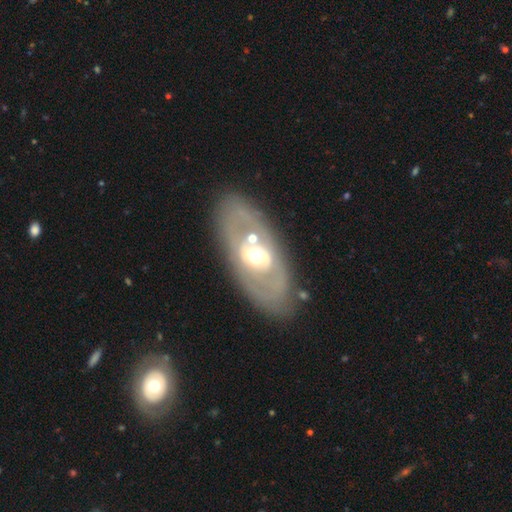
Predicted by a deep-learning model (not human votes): A featured or disk galaxy (69%) with no bar (61%), no spiral arms (73%) and a moderate central bulge (69%).

Vote fractions:
- Smooth or featured? featured or disk: 69% / smooth: 25% / star or artifact: 6%
- Edge-on disk? no: 88% / yes: 12%
- Bar? no: 61% / weak: 25% / strong: 14%
- Spiral arms? no: 73% / yes: 27%
- Bulge size? moderate: 69% / small: 14% / large: 14% / dominant: 2% / none: 1%
- Merging? none: 78% / minor disturbance: 12% / major disturbance: 6% / merger: 4%